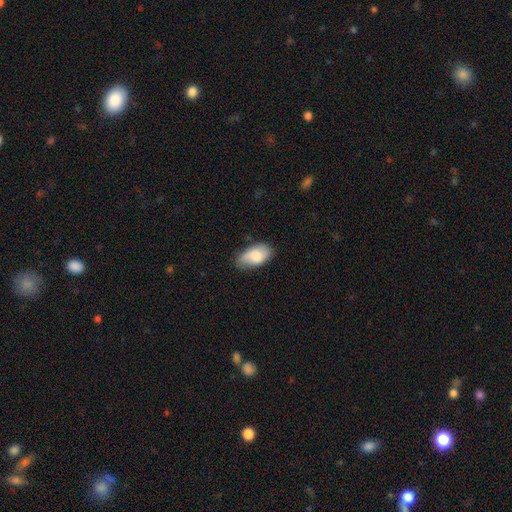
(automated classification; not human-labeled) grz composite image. It shows a smooth galaxy with no disk features (72%) that is in between round and cigar-shaped (93%). Merging: none (63%).